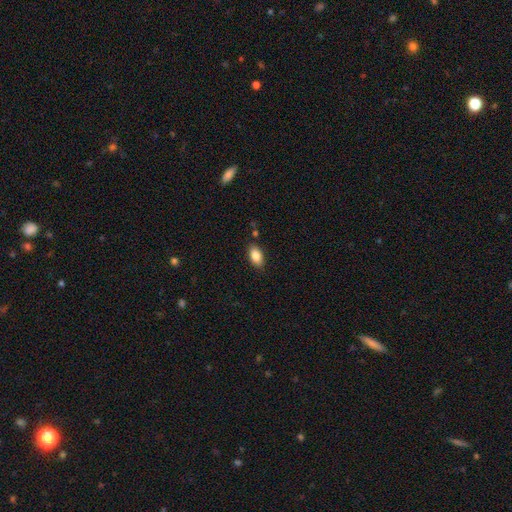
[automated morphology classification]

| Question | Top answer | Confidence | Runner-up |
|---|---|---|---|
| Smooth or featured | smooth | 85% | featured or disk (8%) |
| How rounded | in between | 92% | round (4%) |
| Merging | none | 85% | minor disturbance (10%) |